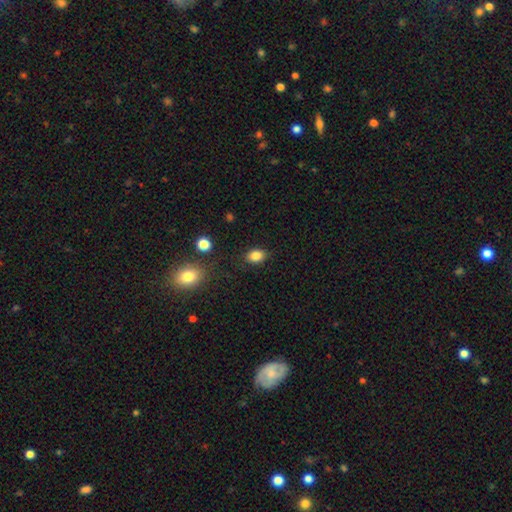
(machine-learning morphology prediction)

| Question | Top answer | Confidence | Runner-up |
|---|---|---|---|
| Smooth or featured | smooth | 85% | star or artifact (10%) |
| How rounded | in between | 76% | round (23%) |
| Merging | none | 85% | minor disturbance (11%) |